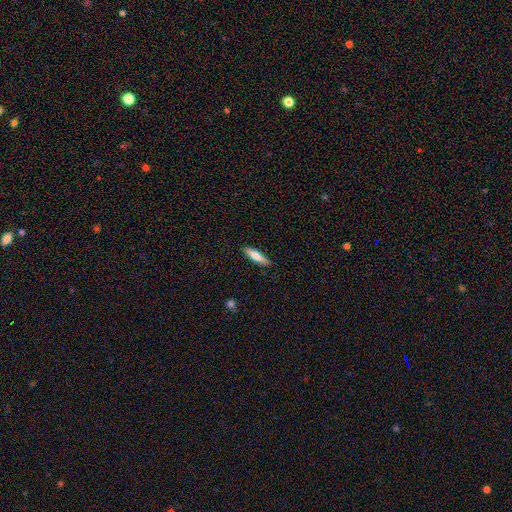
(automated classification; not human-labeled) Smooth or featured: smooth — 69% (featured or disk — 26%)
How rounded: cigar-shaped — 75% (in between — 23%)
Merging: none — 88% (minor disturbance — 9%)